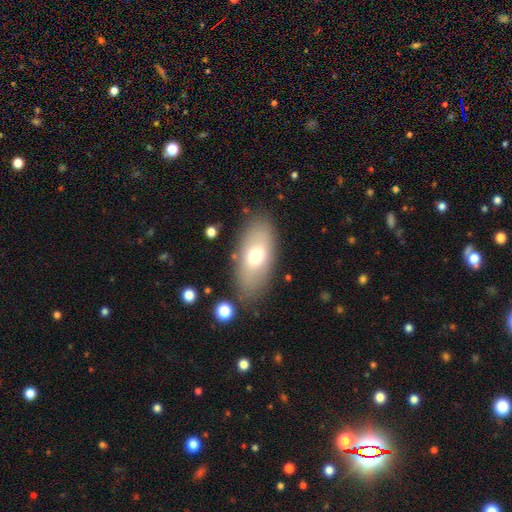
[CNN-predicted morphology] A smooth galaxy with no disk features (67%) that is in between round and cigar-shaped (88%).

Vote fractions:
- Smooth or featured? smooth: 67% / featured or disk: 25% / star or artifact: 8%
- How rounded? in between: 88% / cigar-shaped: 7% / round: 5%
- Merging? none: 80% / minor disturbance: 12% / major disturbance: 5% / merger: 3%